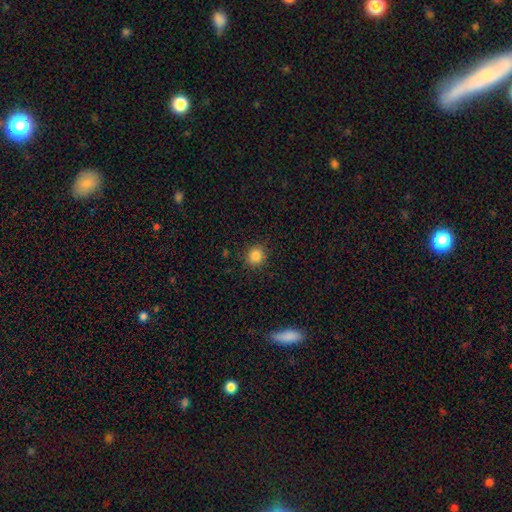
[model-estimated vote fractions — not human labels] Morphology: type=smooth (84%); roundness=round (86%); merging=none (89%).